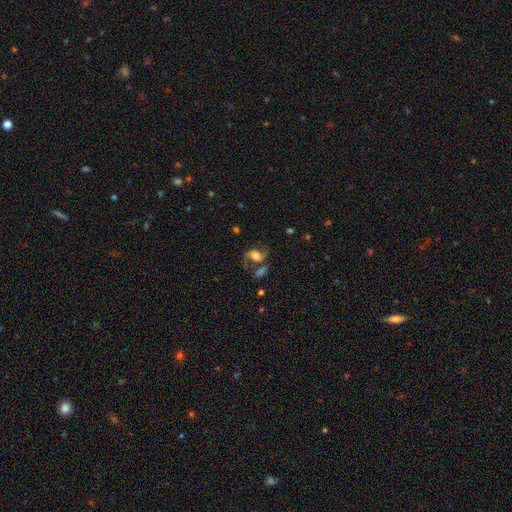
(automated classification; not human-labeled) smooth_or_featured: featured or disk (p=0.79) [alt: smooth p=0.13]
disk_edge_on: no (p=0.97) [alt: yes p=0.03]
bar: no (p=0.51) [alt: weak p=0.34]
has_spiral_arms: yes (p=0.94) [alt: no p=0.06]
spiral_winding: loose (p=0.47) [alt: medium p=0.44]
spiral_arm_count: 2 (p=0.91) [alt: 1 p=0.04]
bulge_size: moderate (p=0.48) [alt: large p=0.30]
merging: none (p=0.57) [alt: merger p=0.15]